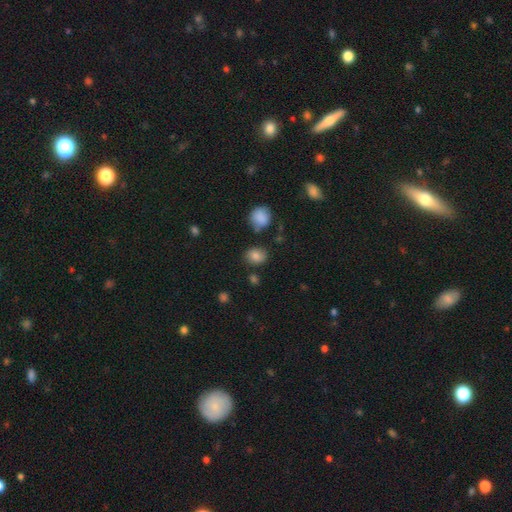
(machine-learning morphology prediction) Smooth or featured?
  - smooth: 83% *
  - star or artifact: 11%
  - featured or disk: 6%
How rounded?
  - round: 54% *
  - in between: 45%
  - cigar-shaped: 1%
Merging?
  - none: 78% *
  - minor disturbance: 13%
  - merger: 5%
  - major disturbance: 4%